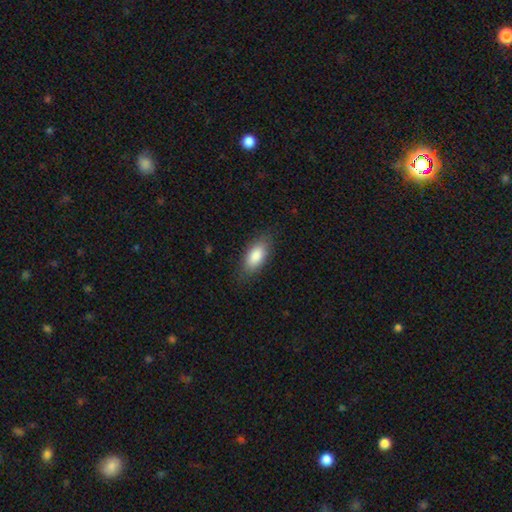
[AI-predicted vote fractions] This appears to be a smooth galaxy with no disk features (85%) that is in between round and cigar-shaped (89%). Merging: none (82%).